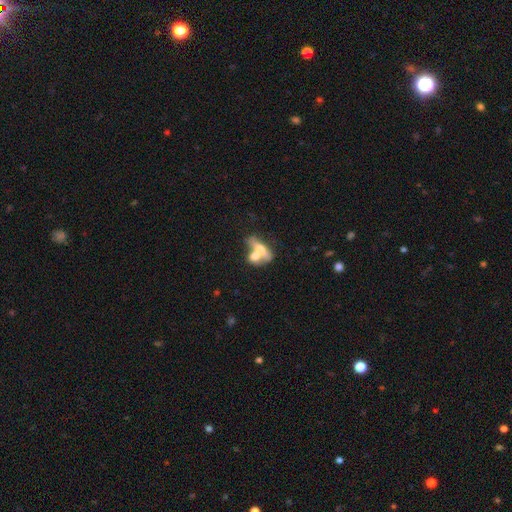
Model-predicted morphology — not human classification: This is possibly a smooth galaxy (53%). How rounded: likely in between (66%). Merging: likely merger (67%).